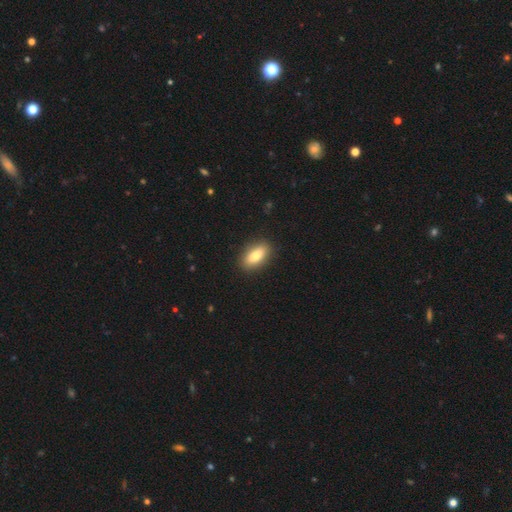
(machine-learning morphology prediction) This appears to be a smooth galaxy with no disk features (79%) that is in between round and cigar-shaped (87%). Merging: none (89%).